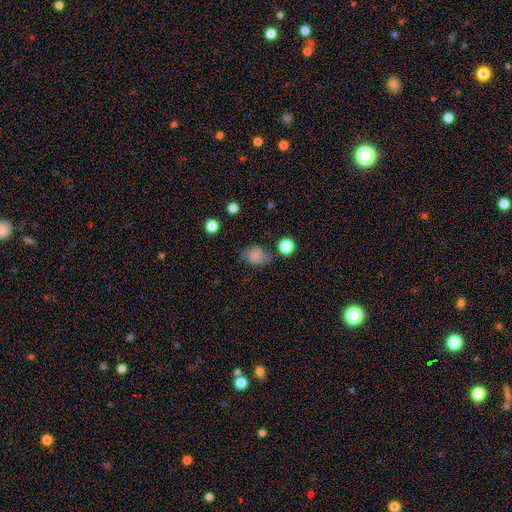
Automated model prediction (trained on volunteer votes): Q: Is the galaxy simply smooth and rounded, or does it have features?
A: smooth — 77%.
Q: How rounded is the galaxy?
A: in between — 56%.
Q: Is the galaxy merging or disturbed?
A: none — 61%.